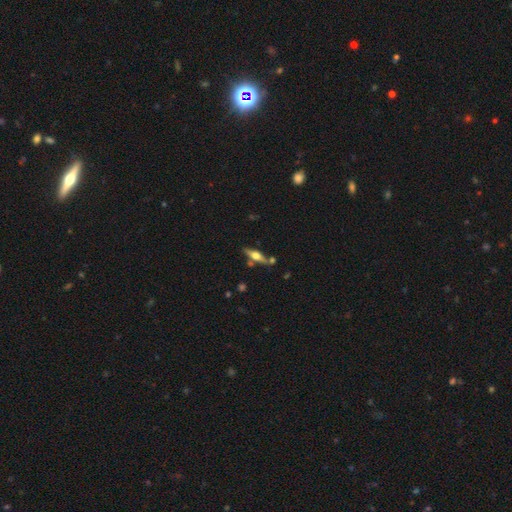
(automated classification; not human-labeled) featured or disk 64%, smooth 30%, star or artifact 7%. Down the decision tree: edge-on disk — yes (94%); edge-on bulge — rounded (92%); merging — none (72%).